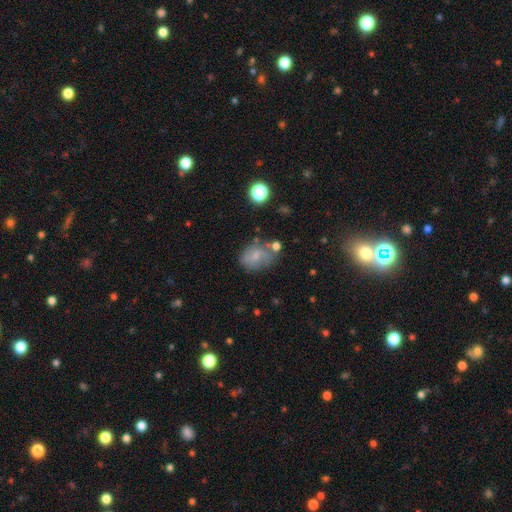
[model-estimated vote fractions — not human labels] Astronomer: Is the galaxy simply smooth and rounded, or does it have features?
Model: smooth — 59%.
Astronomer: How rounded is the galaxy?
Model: in between — 67%.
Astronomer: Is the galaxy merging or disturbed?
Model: none — 55%.